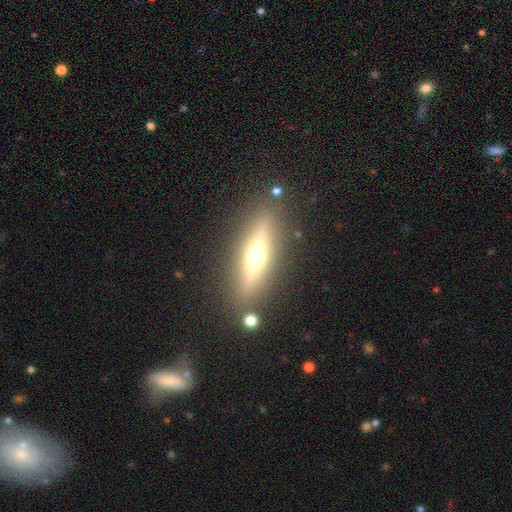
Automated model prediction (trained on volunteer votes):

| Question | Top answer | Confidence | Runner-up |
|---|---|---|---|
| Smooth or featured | featured or disk | 54% | smooth (38%) |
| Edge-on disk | yes | 88% | no (12%) |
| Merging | none | 85% | minor disturbance (9%) |